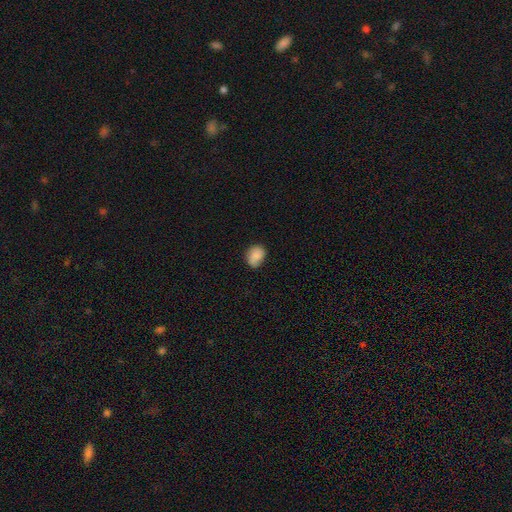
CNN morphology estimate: This is likely a smooth galaxy (80%). How rounded: possibly in between (56%). Merging: likely none (69%).